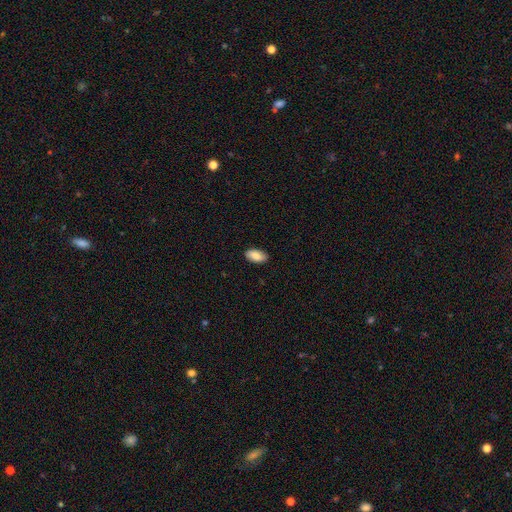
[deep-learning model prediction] A smooth galaxy with no disk features (84%) that is in between round and cigar-shaped (94%).

Vote fractions:
- Smooth or featured? smooth: 84% / featured or disk: 9% / star or artifact: 6%
- How rounded? in between: 94% / cigar-shaped: 3% / round: 3%
- Merging? none: 89% / minor disturbance: 9% / major disturbance: 2% / merger: 1%